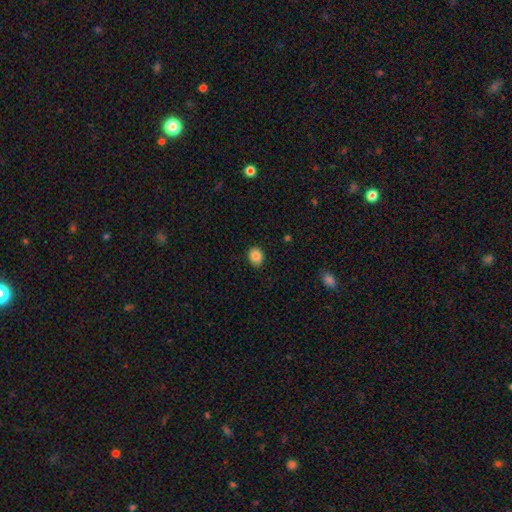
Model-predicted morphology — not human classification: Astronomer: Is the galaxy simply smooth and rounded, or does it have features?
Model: smooth — 86%.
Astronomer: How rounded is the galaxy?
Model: round — 50% (runner-up: in between, 49%).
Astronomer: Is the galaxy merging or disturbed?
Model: none — 87%.